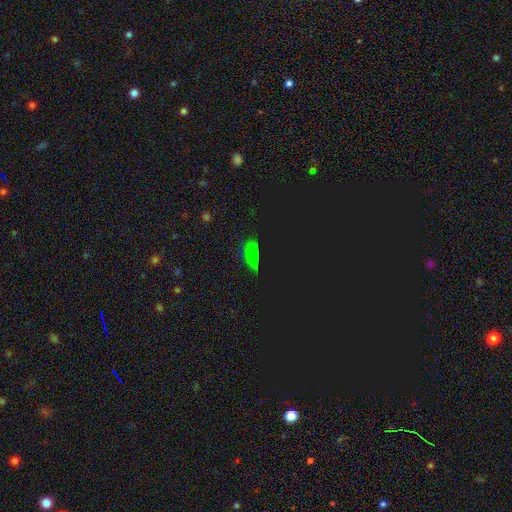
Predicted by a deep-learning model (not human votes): A star or artifact, not a galaxy (56%).

Vote fractions:
- Smooth or featured? star or artifact: 56% / smooth: 36% / featured or disk: 8%